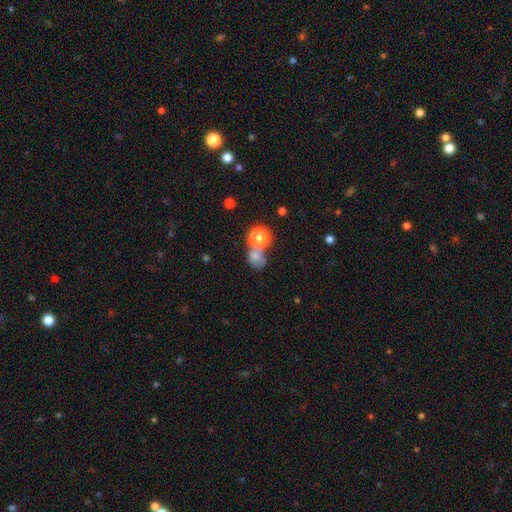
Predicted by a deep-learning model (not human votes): This is likely a smooth galaxy (72%). How rounded: likely round (64%). Merging: marginally merger (42%).